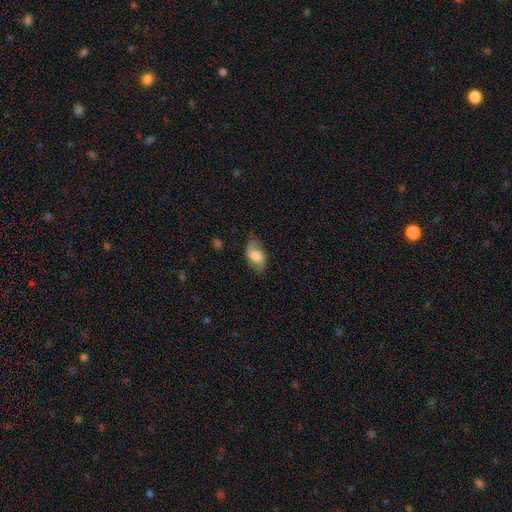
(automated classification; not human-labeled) Q: Smooth or featured?
A: smooth (60%); runner-up: featured or disk (32%)
Q: How rounded?
A: in between (90%); runner-up: round (7%)
Q: Merging?
A: none (61%); runner-up: minor disturbance (28%)